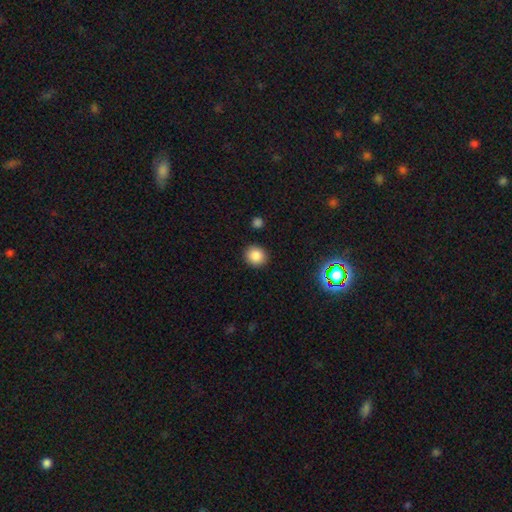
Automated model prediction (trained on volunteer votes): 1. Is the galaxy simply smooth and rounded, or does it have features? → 86% smooth, 10% star or artifact, 4% featured or disk.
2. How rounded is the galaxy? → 83% round, 16% in between, 1% cigar-shaped.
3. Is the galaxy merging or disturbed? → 89% none, 7% minor disturbance, 2% major disturbance, 2% merger.